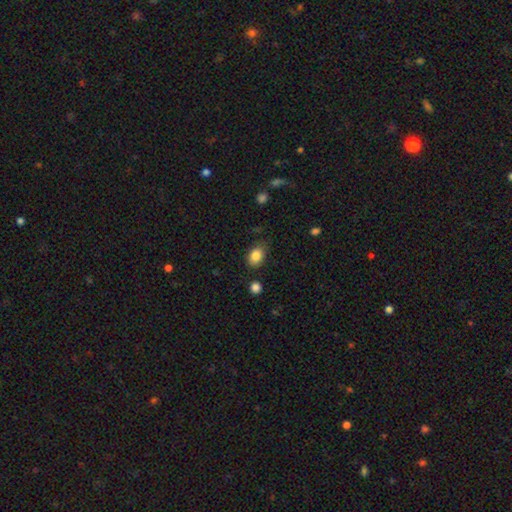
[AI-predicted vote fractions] The model was most divided on "how rounded": in between: 76%, round: 23%, cigar-shaped: 1%. More confident: smooth or featured — smooth (85%); merging — none (74%).